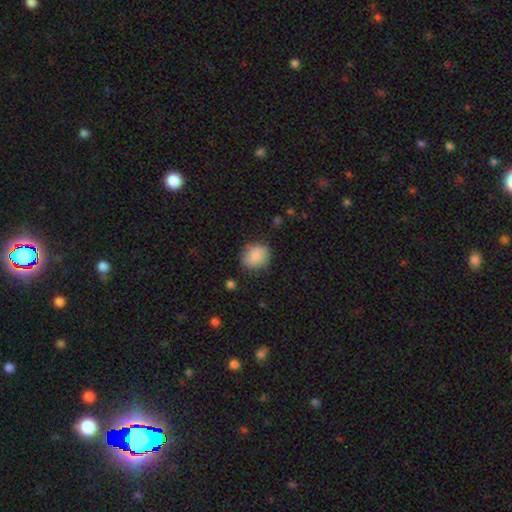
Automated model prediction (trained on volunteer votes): Q: Smooth or featured?
A: smooth (86%); runner-up: star or artifact (7%)
Q: How rounded?
A: round (70%); runner-up: in between (29%)
Q: Merging?
A: none (80%); runner-up: minor disturbance (15%)